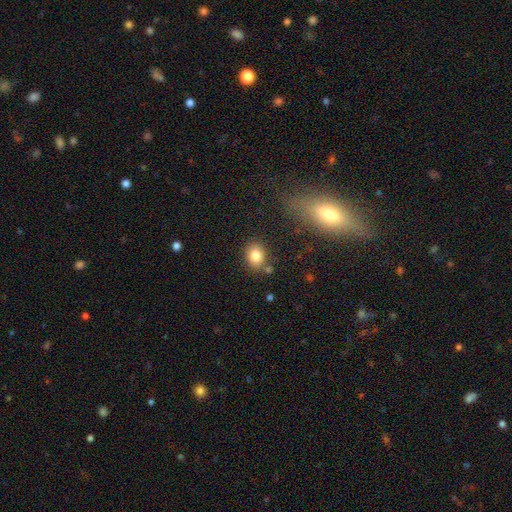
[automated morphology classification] smooth 82%, star or artifact 10%, featured or disk 8%. Down the decision tree: how rounded — in between (52%); merging — none (79%).